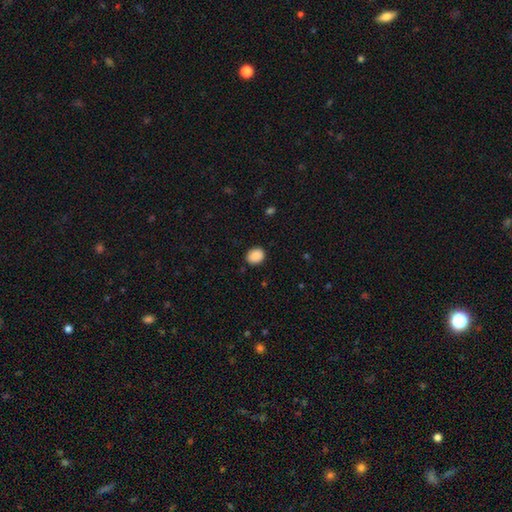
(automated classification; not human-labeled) smooth_or_featured: smooth (p=0.89) [alt: star or artifact p=0.08]
how_rounded: round (p=0.59) [alt: in between p=0.40]
merging: none (p=0.87) [alt: minor disturbance p=0.09]